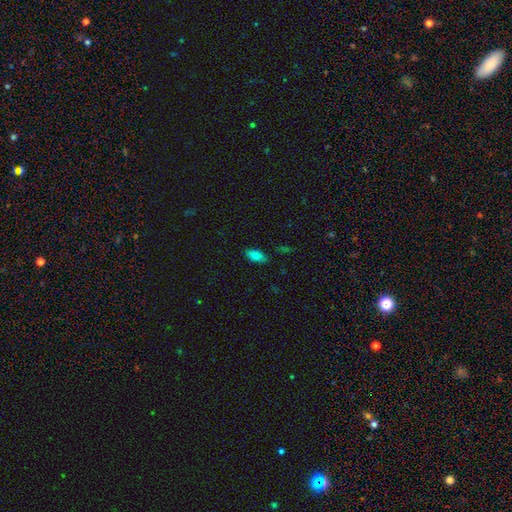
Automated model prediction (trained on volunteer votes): The model was most divided on "smooth or featured": smooth: 80%, star or artifact: 11%, featured or disk: 9%. More confident: how rounded — in between (88%); merging — none (83%).